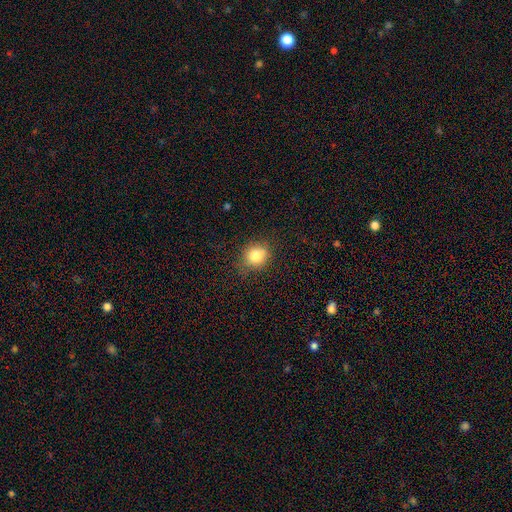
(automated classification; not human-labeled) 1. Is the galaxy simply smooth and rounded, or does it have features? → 81% smooth, 11% star or artifact, 8% featured or disk.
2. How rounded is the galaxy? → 76% round, 23% in between, 1% cigar-shaped.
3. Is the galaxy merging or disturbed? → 75% none, 18% minor disturbance, 4% major disturbance, 3% merger.